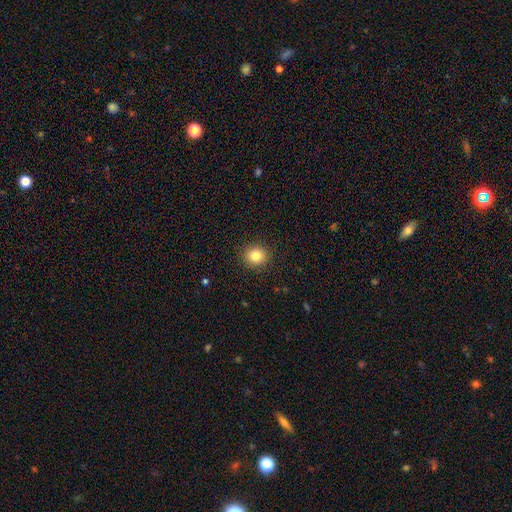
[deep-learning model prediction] A smooth galaxy with no disk features (83%) that is round (83%). Merging: none (91%).